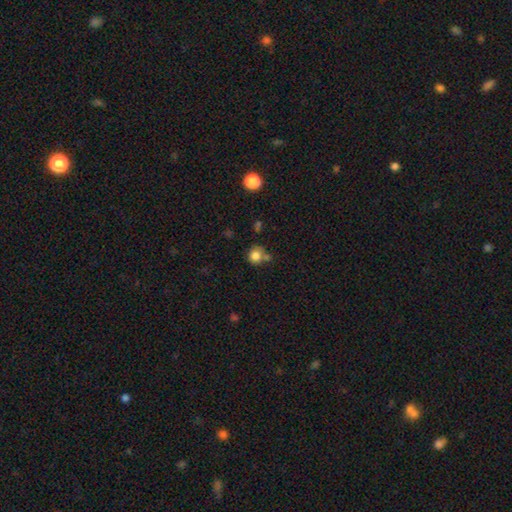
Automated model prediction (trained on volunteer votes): Morphology: type=smooth (81%); roundness=round (84%); merging=none (57%).